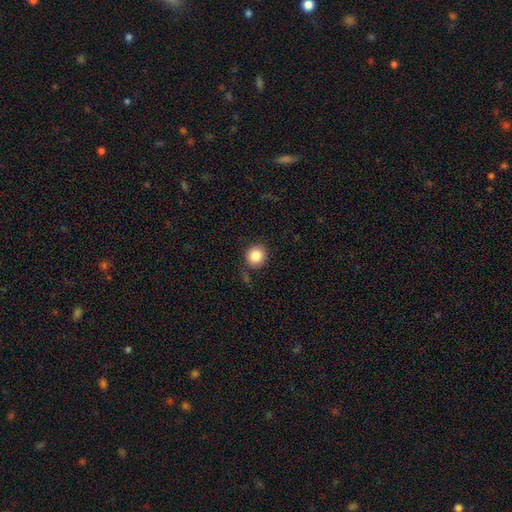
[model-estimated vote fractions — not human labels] This appears to be a smooth galaxy with no disk features (85%) that is round (87%). Merging: none (83%).